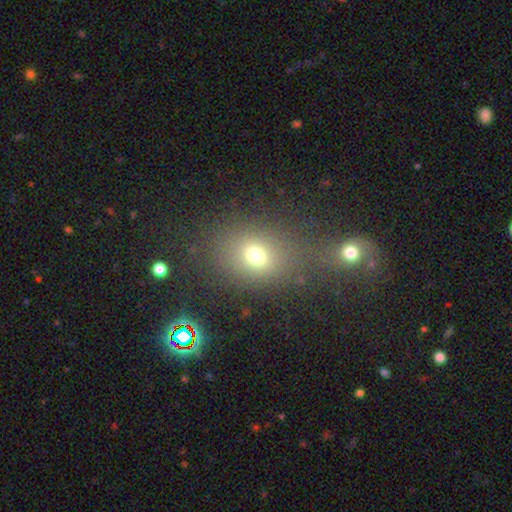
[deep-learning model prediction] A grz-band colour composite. It shows a smooth galaxy with no disk features (69%) that is round (50%). Merging: none (65%).